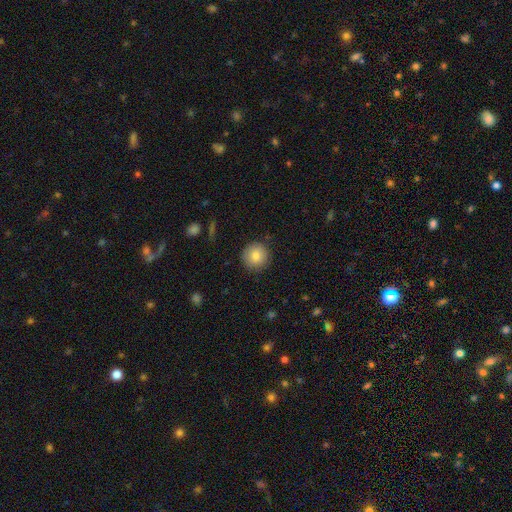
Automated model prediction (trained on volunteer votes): Q: Smooth or featured?
A: smooth (83%); runner-up: star or artifact (9%)
Q: How rounded?
A: round (94%); runner-up: in between (5%)
Q: Merging?
A: none (89%); runner-up: minor disturbance (8%)